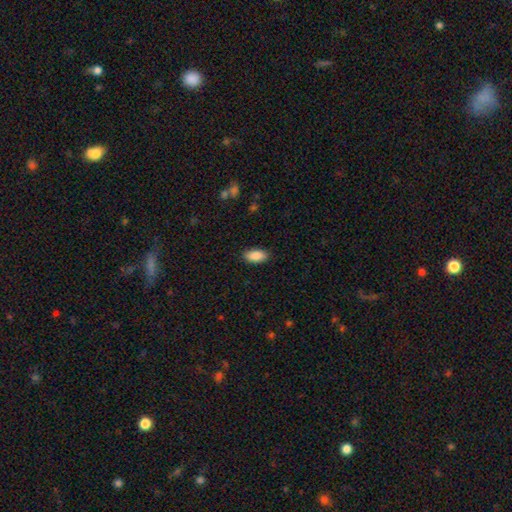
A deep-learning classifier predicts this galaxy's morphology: smooth_or_featured: smooth (p=0.89) [alt: star or artifact p=0.06]
how_rounded: in between (p=0.92) [alt: cigar-shaped p=0.05]
merging: none (p=0.88) [alt: minor disturbance p=0.09]